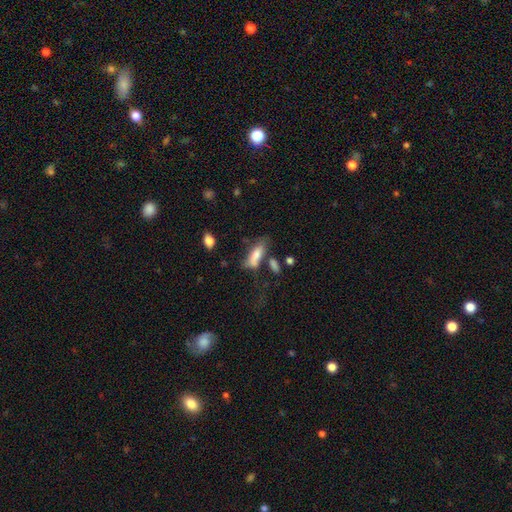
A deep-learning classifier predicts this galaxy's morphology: smooth-or-featured: smooth: 76% | featured or disk: 16% | star or artifact: 8%
  how-rounded: in between: 63% | cigar-shaped: 34% | round: 2%
  merging: none: 41% | minor disturbance: 24% | merger: 19% | major disturbance: 16%